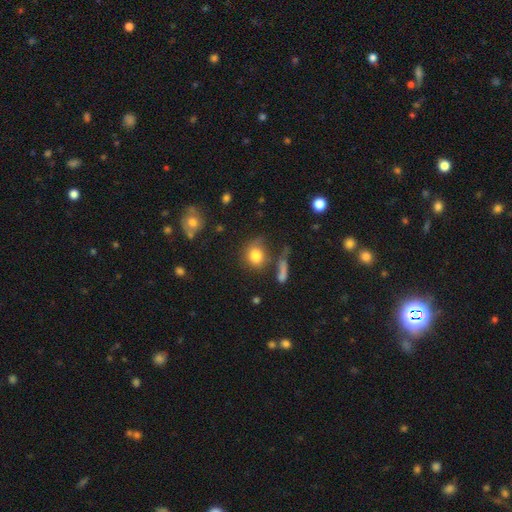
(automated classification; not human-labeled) This is clearly a smooth galaxy (81%). How rounded: likely round (70%). Merging: possibly none (60%).